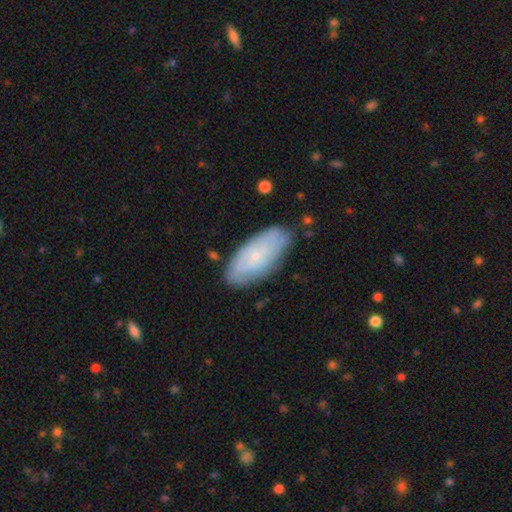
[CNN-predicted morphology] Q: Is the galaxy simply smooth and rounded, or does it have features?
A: featured or disk — 48%.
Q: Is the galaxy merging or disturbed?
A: none — 79%.